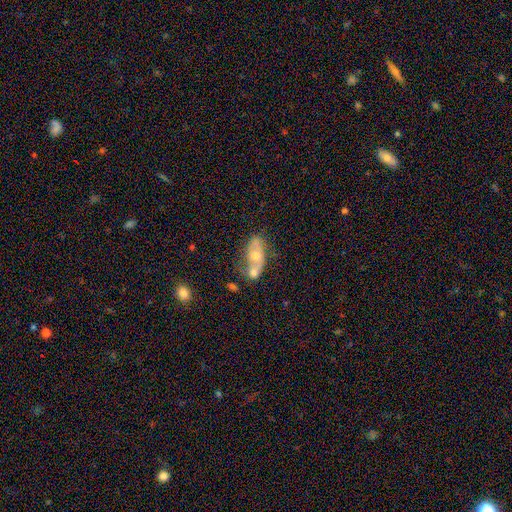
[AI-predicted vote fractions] Q: Smooth or featured?
A: featured or disk (52%); runner-up: smooth (38%)
Q: Edge-on disk?
A: no (88%); runner-up: yes (12%)
Q: Merging?
A: none (39%); runner-up: merger (33%)